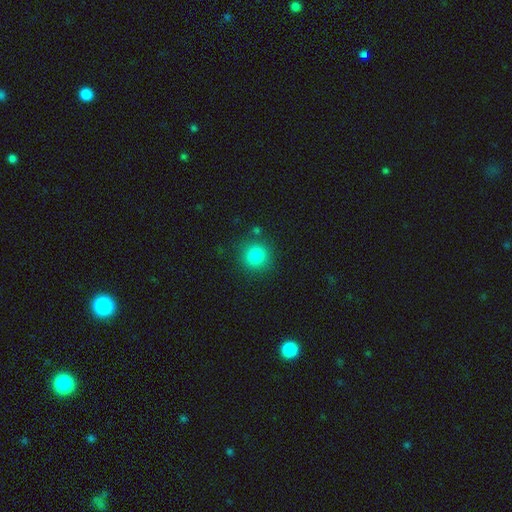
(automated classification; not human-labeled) Smooth or featured? smooth (83%)
How rounded? round (92%)
Merging? none (85%)